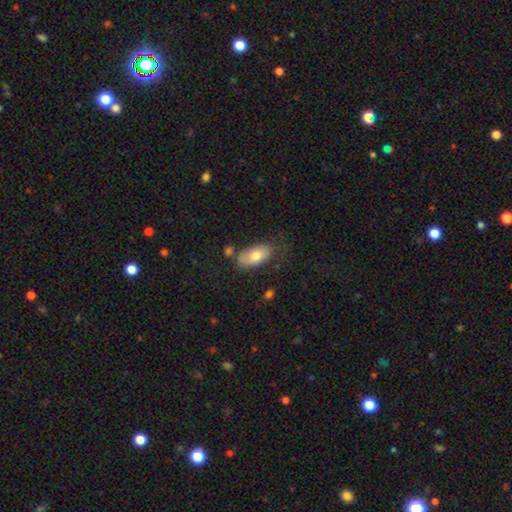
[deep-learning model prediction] Overall: smooth (74%). How rounded: in between (91%). Merging: none (60%; minor disturbance 24%).